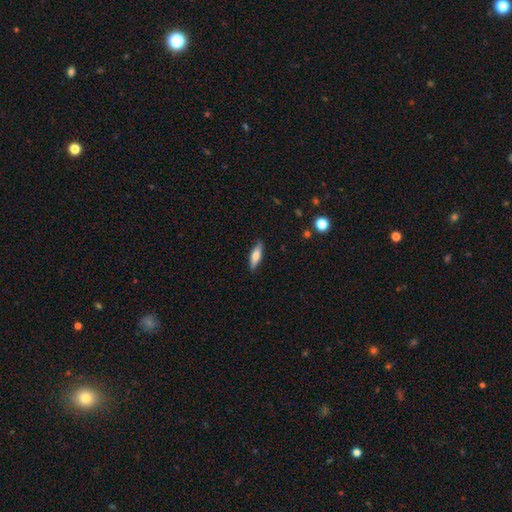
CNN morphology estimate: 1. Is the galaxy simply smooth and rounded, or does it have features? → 66% smooth, 28% featured or disk, 6% star or artifact.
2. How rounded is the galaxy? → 54% cigar-shaped, 44% in between, 2% round.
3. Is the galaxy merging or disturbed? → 87% none, 10% minor disturbance, 2% major disturbance, 1% merger.